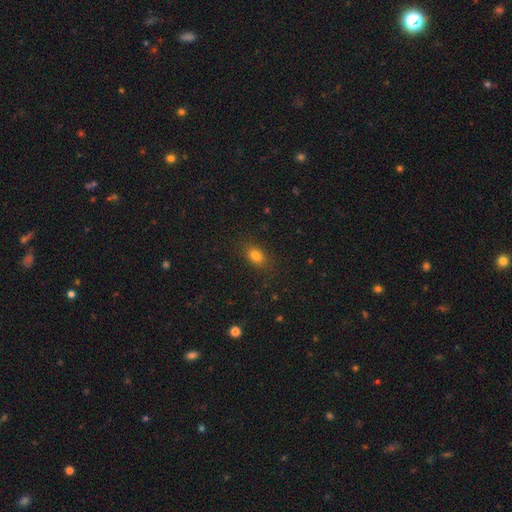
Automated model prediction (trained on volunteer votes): Overall: smooth (80%). How rounded: in between (77%). Merging: none (85%).